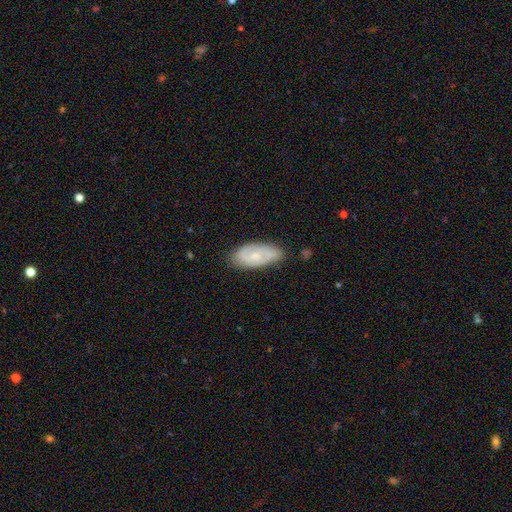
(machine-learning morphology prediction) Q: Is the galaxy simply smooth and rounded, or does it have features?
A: featured or disk — 50%.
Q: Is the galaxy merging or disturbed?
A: none — 74%.